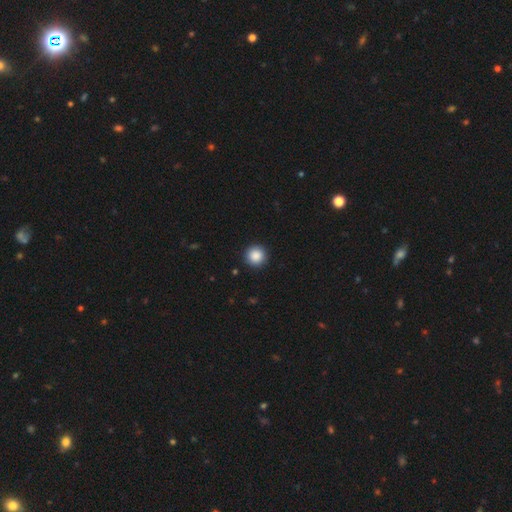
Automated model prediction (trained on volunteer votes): This is clearly a smooth galaxy (88%). How rounded: clearly round (96%). Merging: clearly none (93%).